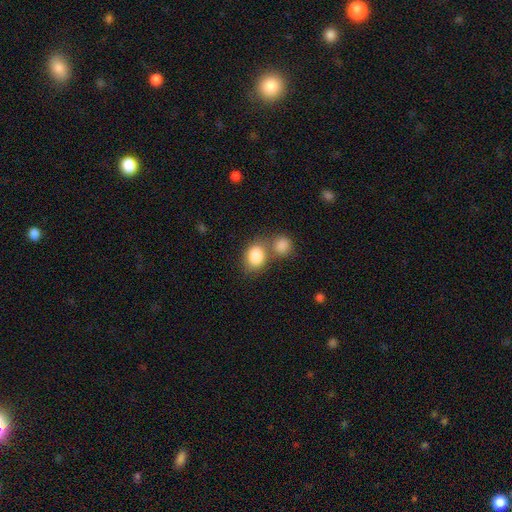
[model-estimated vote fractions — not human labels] A smooth galaxy with no disk features (85%) that is in between round and cigar-shaped (55%). Merging: merger (43%).